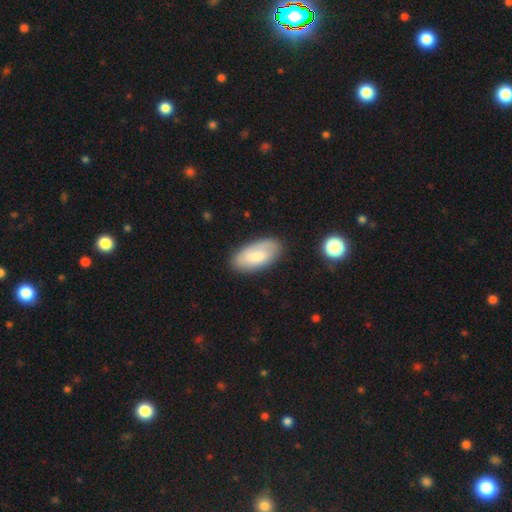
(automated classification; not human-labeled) This appears to be a smooth galaxy with no disk features (67%) that is in between round and cigar-shaped (93%). Merging: none (78%).